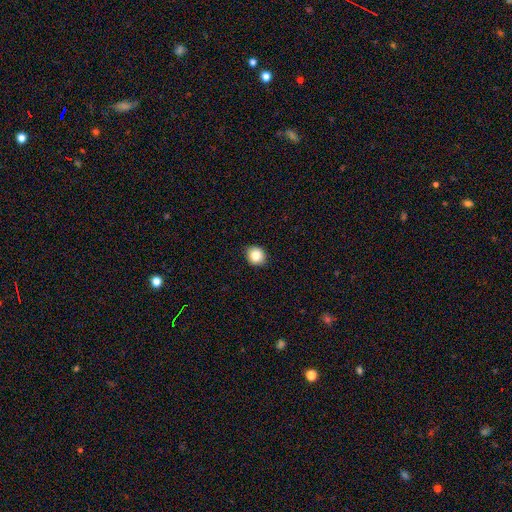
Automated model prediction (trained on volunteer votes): smooth 84%, star or artifact 10%, featured or disk 6%. Down the decision tree: how rounded — round (83%); merging — none (91%).